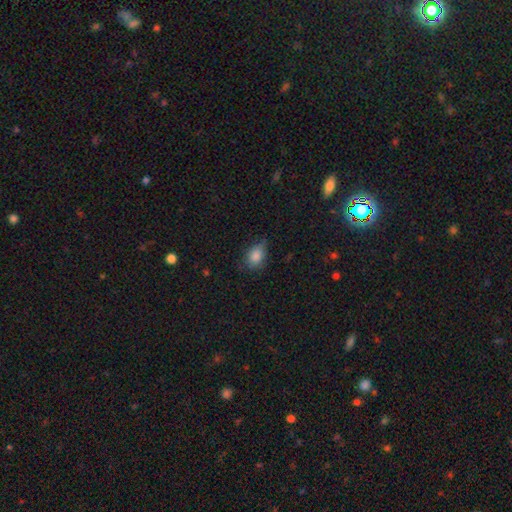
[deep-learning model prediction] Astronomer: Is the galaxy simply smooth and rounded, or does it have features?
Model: smooth — 83%.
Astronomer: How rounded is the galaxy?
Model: in between — 77%.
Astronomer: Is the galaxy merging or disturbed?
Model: none — 56% (runner-up: minor disturbance, 35%).